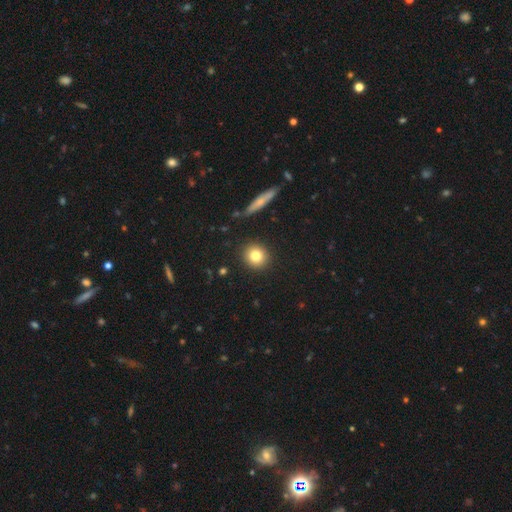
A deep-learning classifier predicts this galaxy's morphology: A smooth galaxy with no disk features (80%) that is round (89%).

Vote fractions:
- Smooth or featured? smooth: 80% / star or artifact: 11% / featured or disk: 9%
- How rounded? round: 89% / in between: 10% / cigar-shaped: 1%
- Merging? none: 91% / minor disturbance: 6% / major disturbance: 2% / merger: 2%